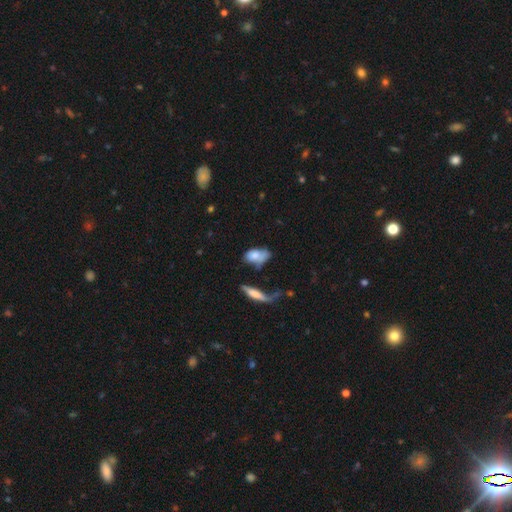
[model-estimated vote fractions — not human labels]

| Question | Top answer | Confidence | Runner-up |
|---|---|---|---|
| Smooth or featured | smooth | 73% | featured or disk (19%) |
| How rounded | in between | 87% | round (7%) |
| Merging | none | 31% | minor disturbance (29%) |